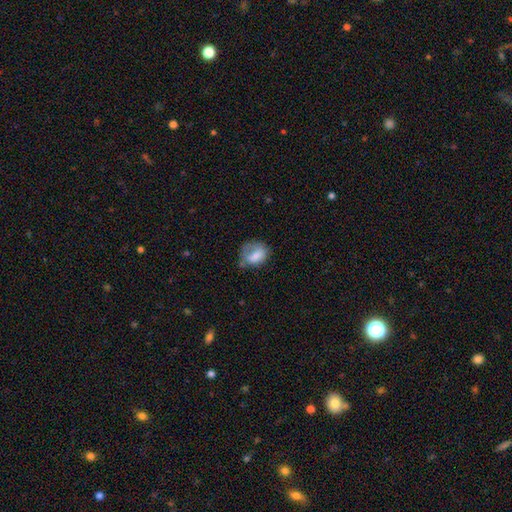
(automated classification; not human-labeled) Q: Smooth or featured?
A: smooth (70%); runner-up: featured or disk (22%)
Q: How rounded?
A: in between (55%); runner-up: round (44%)
Q: Merging?
A: none (36%); runner-up: minor disturbance (32%)